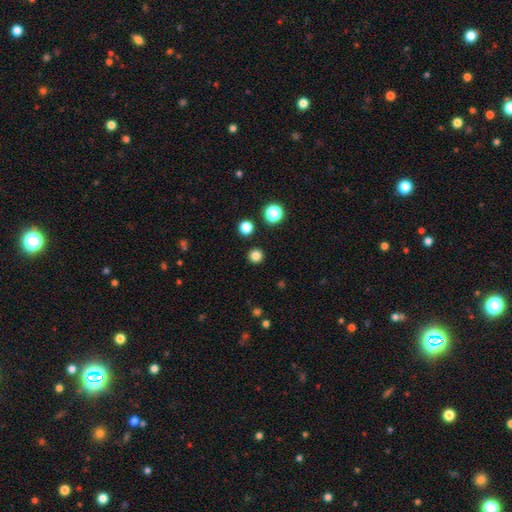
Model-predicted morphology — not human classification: Smooth or featured? Predicted: smooth (p=0.83). How rounded? Predicted: round (p=0.96). Merging? Predicted: none (p=0.92).